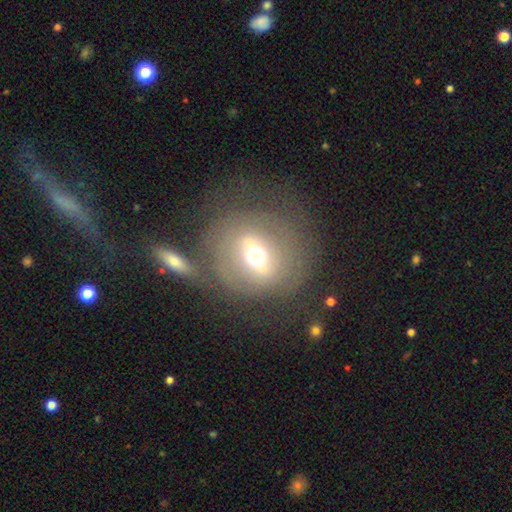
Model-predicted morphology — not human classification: Smooth or featured: featured or disk — 52% (smooth — 37%)
Edge-on disk: no — 90% (yes — 10%)
Merging: none — 59% (merger — 16%)